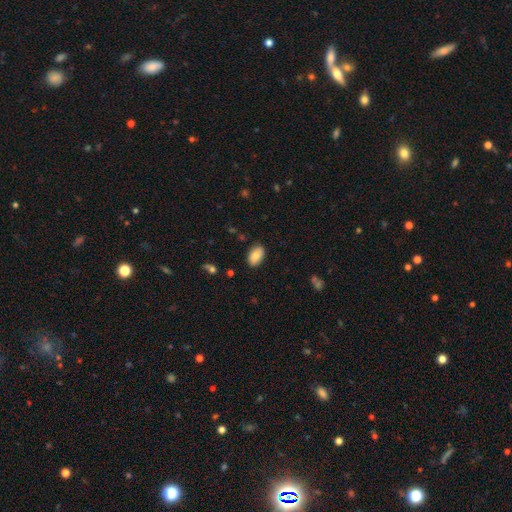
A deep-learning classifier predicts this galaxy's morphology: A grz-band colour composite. It shows a smooth galaxy with no disk features (78%) that is in between round and cigar-shaped (92%). Merging: none (85%).